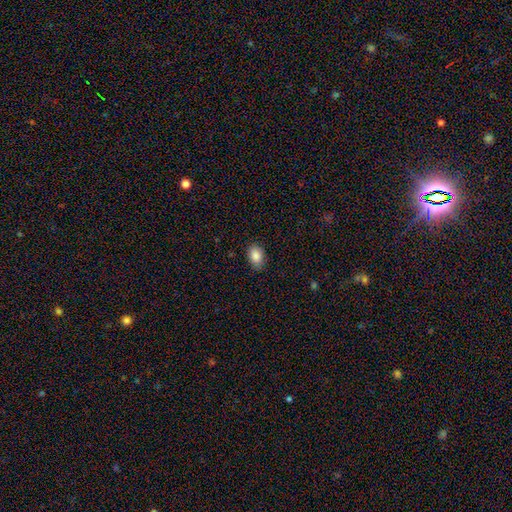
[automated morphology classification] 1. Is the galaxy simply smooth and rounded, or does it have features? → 87% smooth, 8% star or artifact, 5% featured or disk.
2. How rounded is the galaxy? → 86% in between, 13% round, 1% cigar-shaped.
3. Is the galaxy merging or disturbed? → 83% none, 13% minor disturbance, 3% major disturbance, 1% merger.